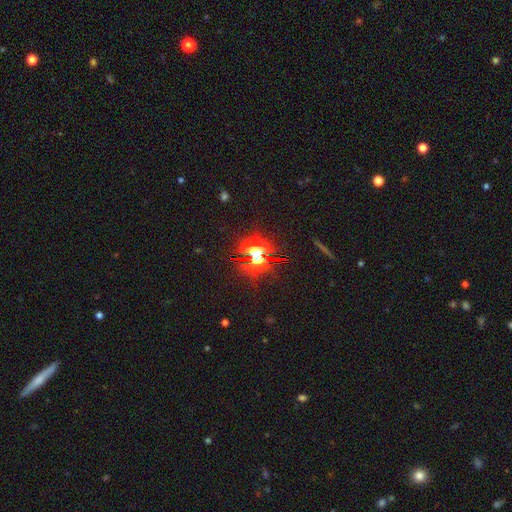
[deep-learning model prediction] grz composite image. It shows a star or artifact, not a galaxy (74%).